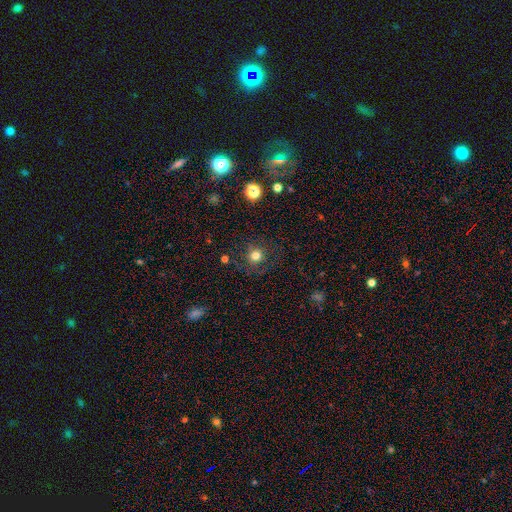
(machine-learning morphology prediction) Q: Smooth or featured?
A: smooth (74%); runner-up: star or artifact (17%)
Q: How rounded?
A: round (93%); runner-up: in between (6%)
Q: Merging?
A: none (81%); runner-up: minor disturbance (11%)